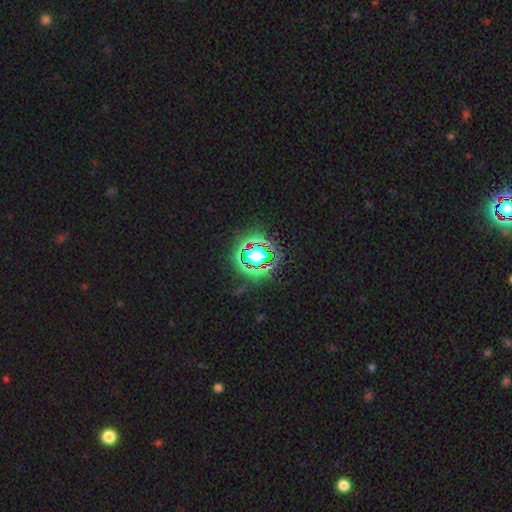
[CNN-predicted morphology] Q: Smooth or featured?
A: star or artifact (69%); runner-up: smooth (18%)